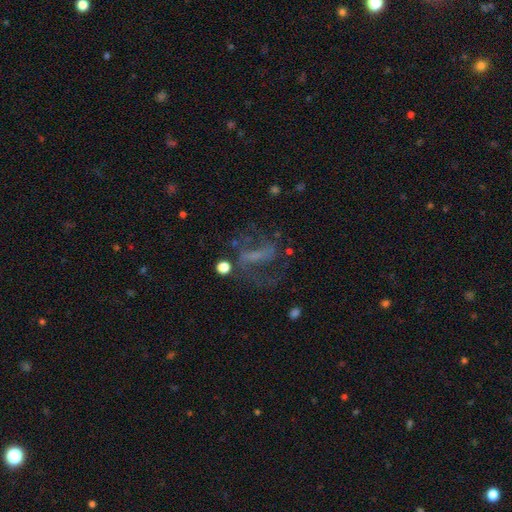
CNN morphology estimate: smooth_or_featured: featured or disk (p=0.64) [alt: star or artifact p=0.18]
disk_edge_on: no (p=0.93) [alt: yes p=0.07]
bar: strong (p=0.41) [alt: weak p=0.34]
has_spiral_arms: yes (p=0.74) [alt: no p=0.26]
bulge_size: none (p=0.54) [alt: small p=0.28]
merging: none (p=0.51) [alt: major disturbance p=0.27]